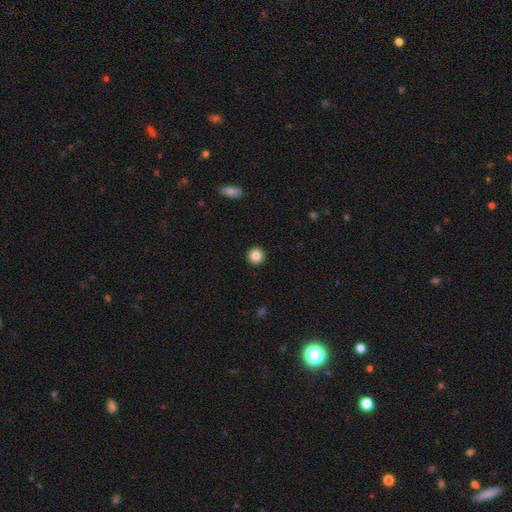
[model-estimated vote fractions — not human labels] Smooth or featured? smooth (86%)
How rounded? round (96%)
Merging? none (94%)